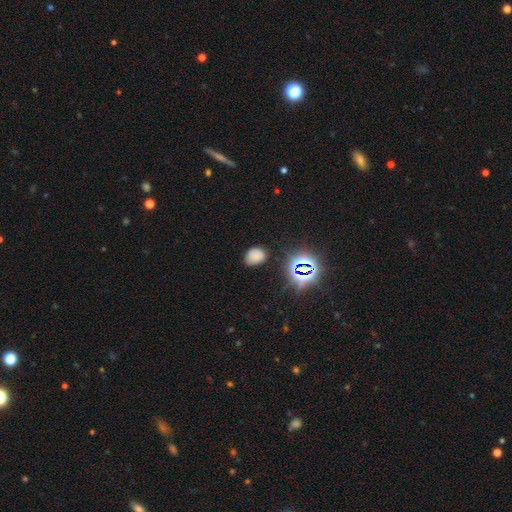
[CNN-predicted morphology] smooth 68%, star or artifact 25%, featured or disk 7%. Down the decision tree: how rounded — in between (60%); merging — none (74%).